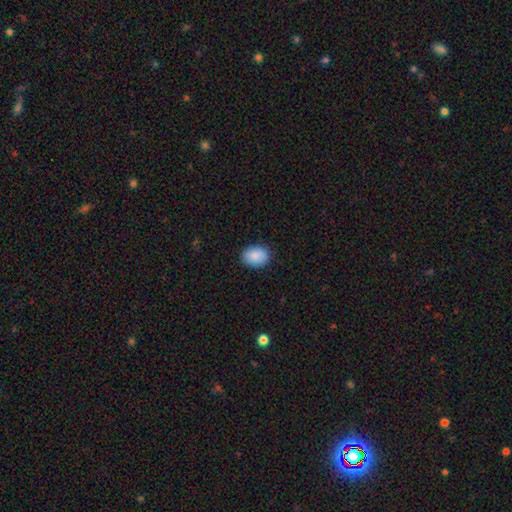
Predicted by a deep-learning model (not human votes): A smooth galaxy with no disk features (87%) that is in between round and cigar-shaped (74%).

Vote fractions:
- Smooth or featured? smooth: 87% / star or artifact: 7% / featured or disk: 6%
- How rounded? in between: 74% / round: 25% / cigar-shaped: 1%
- Merging? none: 88% / minor disturbance: 9% / major disturbance: 2% / merger: 1%